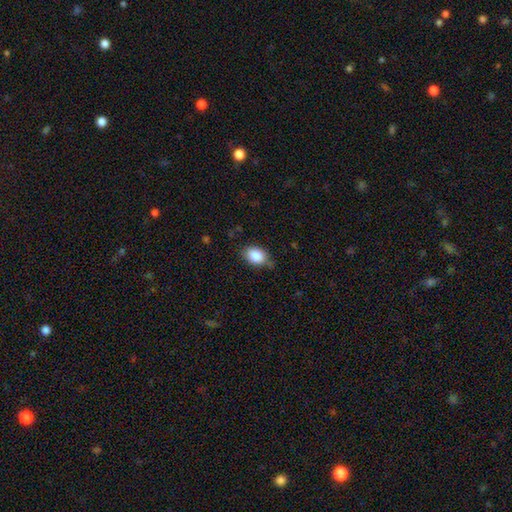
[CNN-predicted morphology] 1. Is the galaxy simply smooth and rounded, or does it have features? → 87% smooth, 7% star or artifact, 5% featured or disk.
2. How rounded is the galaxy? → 83% in between, 15% round, 1% cigar-shaped.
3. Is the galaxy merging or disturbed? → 73% none, 21% minor disturbance, 4% major disturbance, 2% merger.